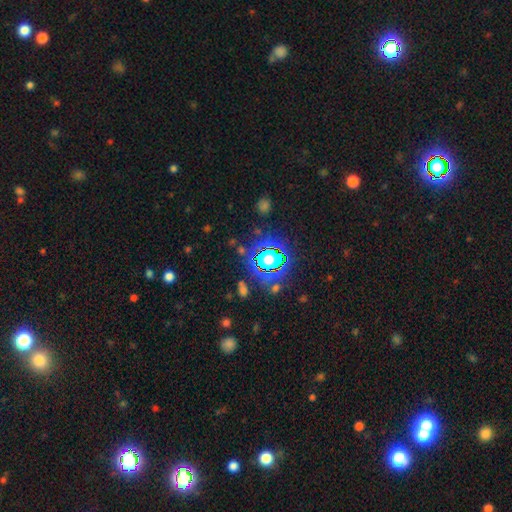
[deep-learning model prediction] Q: Smooth or featured?
A: star or artifact (80%); runner-up: smooth (13%)